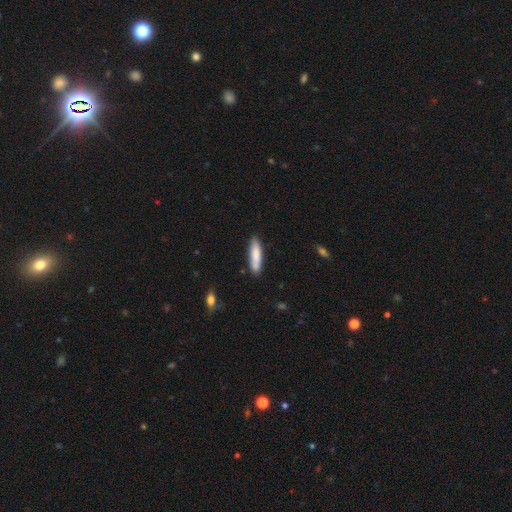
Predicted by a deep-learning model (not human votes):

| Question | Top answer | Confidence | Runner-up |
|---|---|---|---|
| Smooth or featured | smooth | 81% | featured or disk (14%) |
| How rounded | cigar-shaped | 77% | in between (22%) |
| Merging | none | 81% | minor disturbance (13%) |